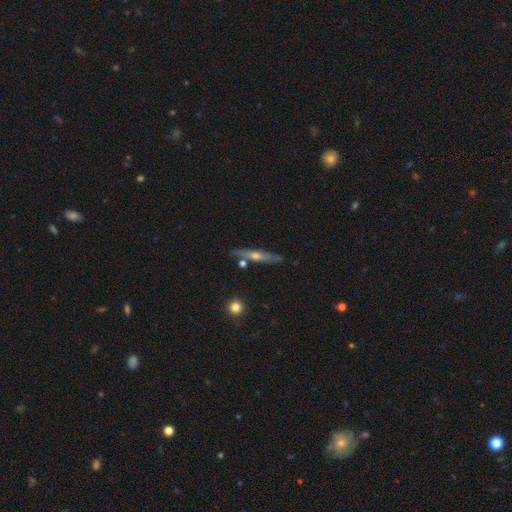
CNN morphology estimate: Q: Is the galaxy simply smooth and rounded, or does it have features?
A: featured or disk — 62%.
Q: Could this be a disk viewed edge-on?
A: yes — 86%.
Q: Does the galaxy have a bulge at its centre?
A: rounded — 80%.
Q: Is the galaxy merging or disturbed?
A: none — 79%.